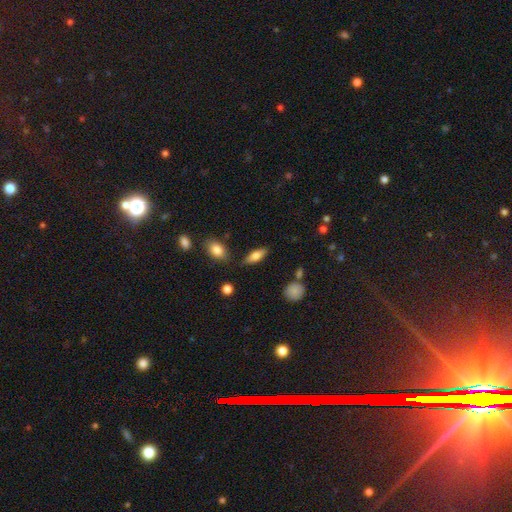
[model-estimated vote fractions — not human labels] smooth-or-featured: smooth: 71% | featured or disk: 22% | star or artifact: 7%
  how-rounded: in between: 70% | cigar-shaped: 27% | round: 3%
  merging: none: 79% | minor disturbance: 14% | major disturbance: 3% | merger: 3%